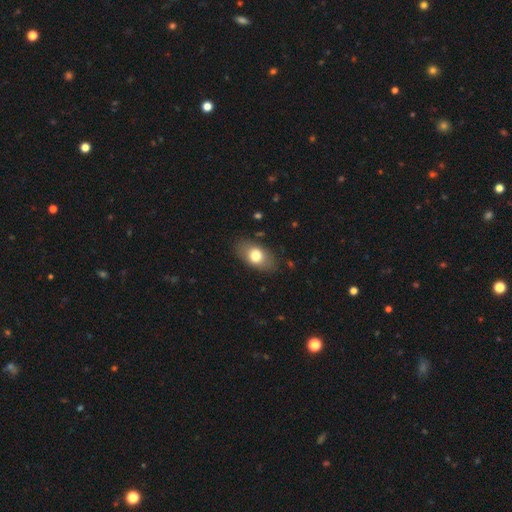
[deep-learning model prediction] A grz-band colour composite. It shows a smooth galaxy with no disk features (74%) that is in between round and cigar-shaped (89%). Merging: none (83%).